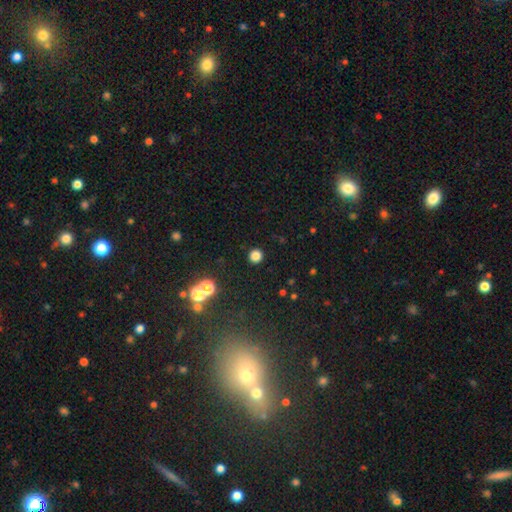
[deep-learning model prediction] Smooth or featured? Predicted: smooth (p=0.81). How rounded? Predicted: round (p=0.92). Merging? Predicted: none (p=0.91).